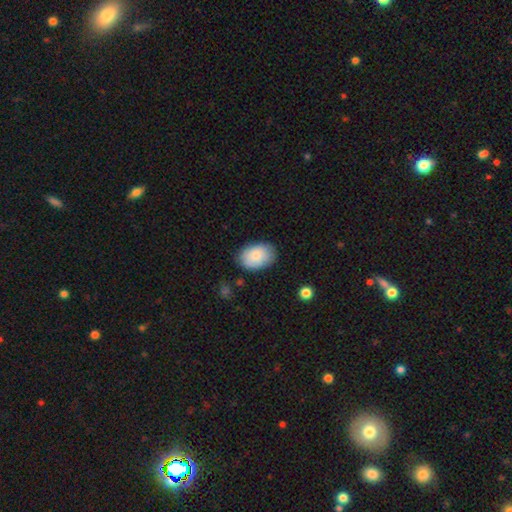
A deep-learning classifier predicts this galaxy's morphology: type=smooth (81%); roundness=in between (83%); merging=none (80%).